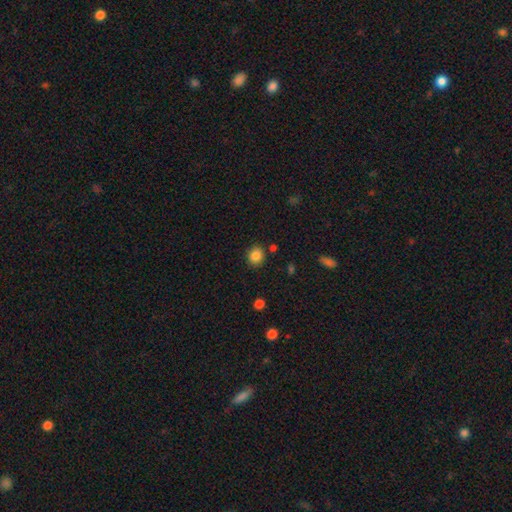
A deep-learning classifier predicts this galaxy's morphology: smooth-or-featured: smooth: 85% | star or artifact: 10% | featured or disk: 5%
  how-rounded: round: 78% | in between: 21% | cigar-shaped: 1%
  merging: none: 86% | minor disturbance: 8% | merger: 3% | major disturbance: 3%